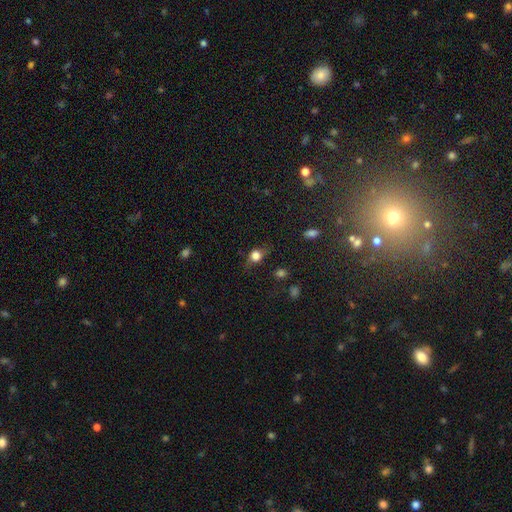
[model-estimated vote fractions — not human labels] This is likely a smooth galaxy (70%). How rounded: likely round (61%). Merging: likely none (65%).